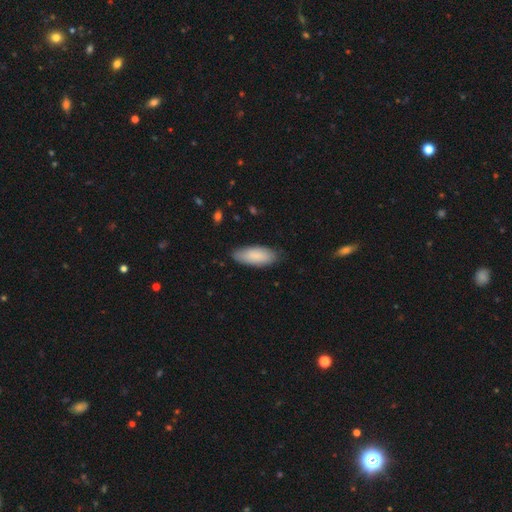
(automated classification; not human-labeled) This is clearly a smooth galaxy (87%). How rounded: likely in between (78%). Merging: clearly none (83%).